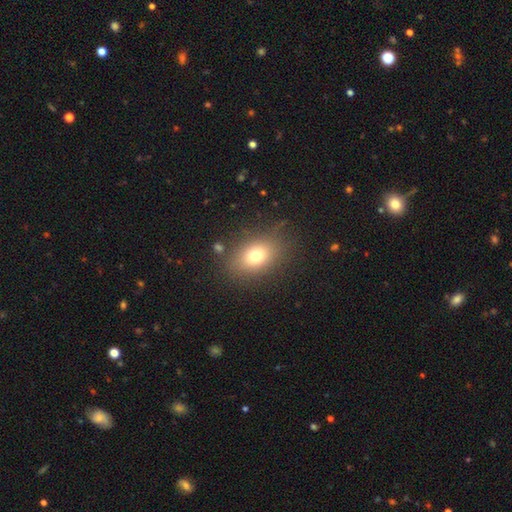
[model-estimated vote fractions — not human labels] Morphology: type=smooth (73%); roundness=in between (68%); merging=none (79%).